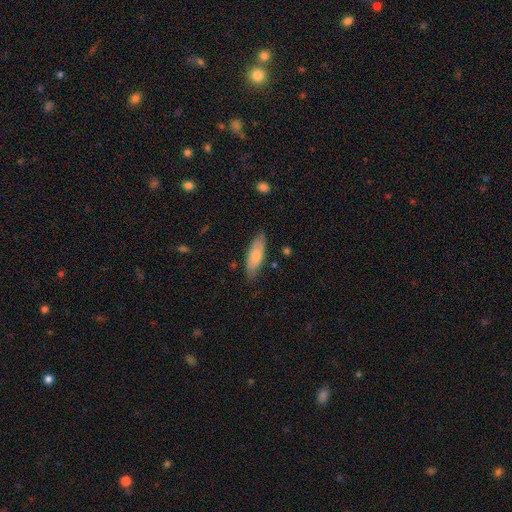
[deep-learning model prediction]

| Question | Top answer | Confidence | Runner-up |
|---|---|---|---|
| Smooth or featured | smooth | 73% | featured or disk (21%) |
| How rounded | in between | 65% | cigar-shaped (33%) |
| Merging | none | 78% | minor disturbance (17%) |